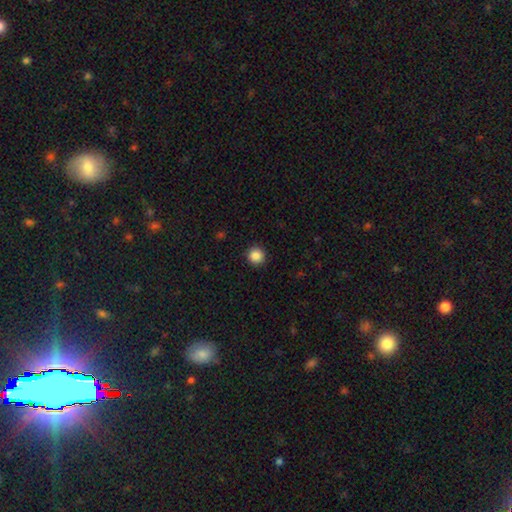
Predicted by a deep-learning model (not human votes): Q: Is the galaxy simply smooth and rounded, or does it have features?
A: smooth — 87%.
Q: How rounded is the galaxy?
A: round — 95%.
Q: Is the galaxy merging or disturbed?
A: none — 92%.